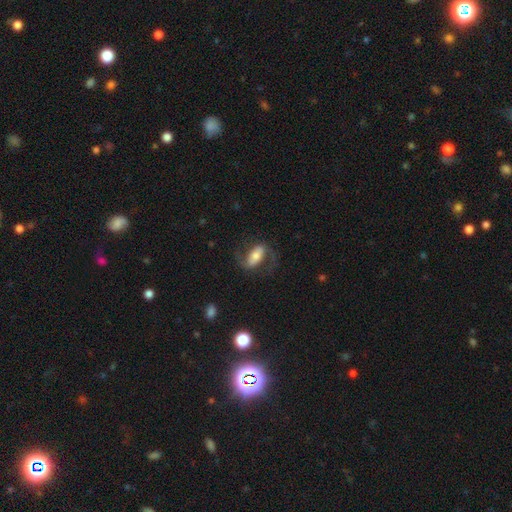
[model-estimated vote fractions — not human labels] A featured or disk galaxy (66%) with a strong bar (50%), 2 (90%) loose (45%) spiral arms (89%) and a moderate central bulge (42%).

Vote fractions:
- Smooth or featured? featured or disk: 66% / smooth: 27% / star or artifact: 7%
- Edge-on disk? no: 94% / yes: 6%
- Bar? strong: 50% / weak: 29% / no: 21%
- Spiral arms? yes: 89% / no: 11%
- Spiral winding? loose: 45% / medium: 43% / tight: 12%
- Spiral arm count? 2: 90% / 1: 4% / can't tell: 4% / 3: 1% / 4: 1% / more than 4: 1%
- Bulge size? moderate: 42% / small: 24% / large: 23% / dominant: 5% / none: 5%
- Merging? none: 68% / major disturbance: 16% / minor disturbance: 15% / merger: 2%